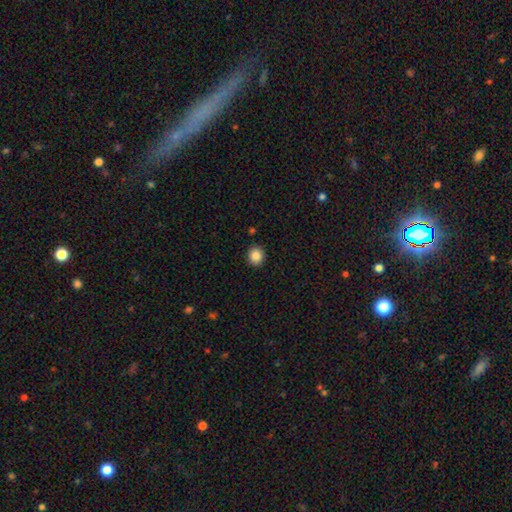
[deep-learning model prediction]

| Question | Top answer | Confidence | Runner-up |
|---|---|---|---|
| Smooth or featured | smooth | 86% | star or artifact (10%) |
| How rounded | round | 80% | in between (19%) |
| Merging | none | 91% | minor disturbance (6%) |